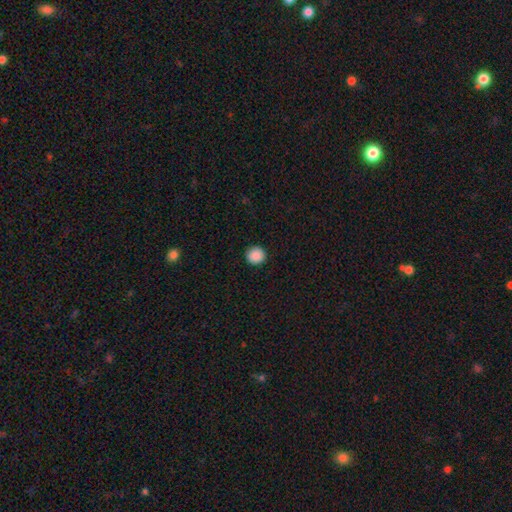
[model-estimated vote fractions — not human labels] smooth_or_featured: smooth (p=0.89) [alt: star or artifact p=0.09]
how_rounded: round (p=0.95) [alt: in between p=0.04]
merging: none (p=0.93) [alt: minor disturbance p=0.05]